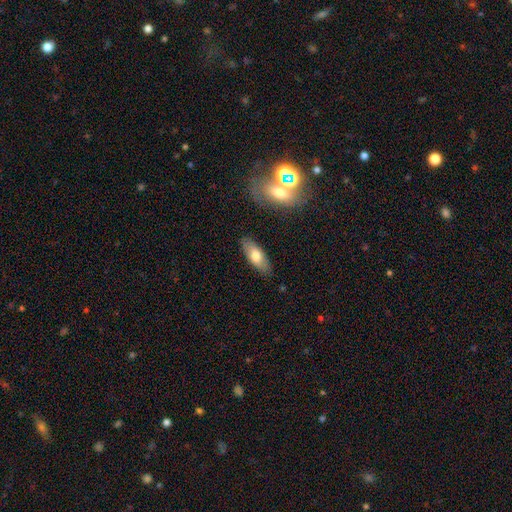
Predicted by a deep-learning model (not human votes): This is likely a smooth galaxy (71%). How rounded: likely in between (76%). Merging: clearly none (85%).